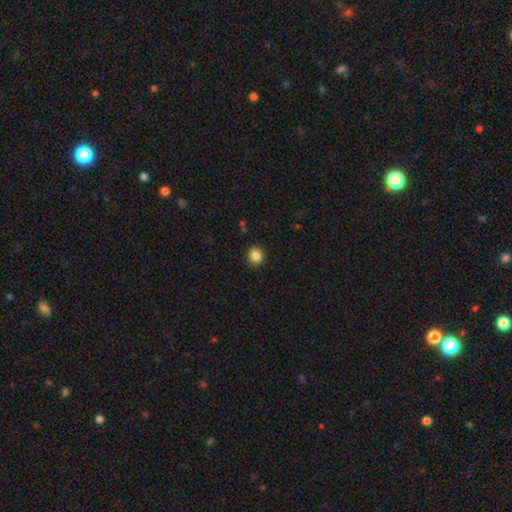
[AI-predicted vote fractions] Overall: smooth (86%). How rounded: round (84%). Merging: none (90%).